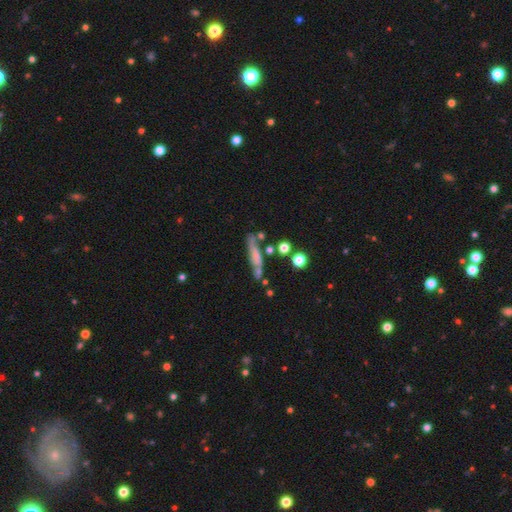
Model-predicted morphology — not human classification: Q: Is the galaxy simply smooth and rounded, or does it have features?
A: smooth — 53%.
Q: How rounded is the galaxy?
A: cigar-shaped — 77%.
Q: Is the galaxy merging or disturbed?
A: none — 54%.